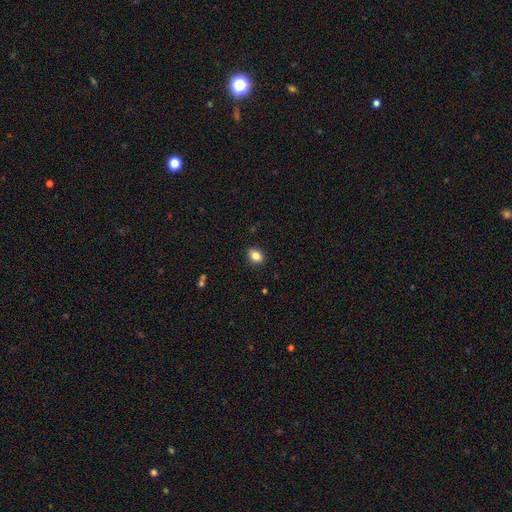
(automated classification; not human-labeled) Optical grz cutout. It shows a smooth galaxy with no disk features (84%) that is in between round and cigar-shaped (60%). Merging: none (90%).